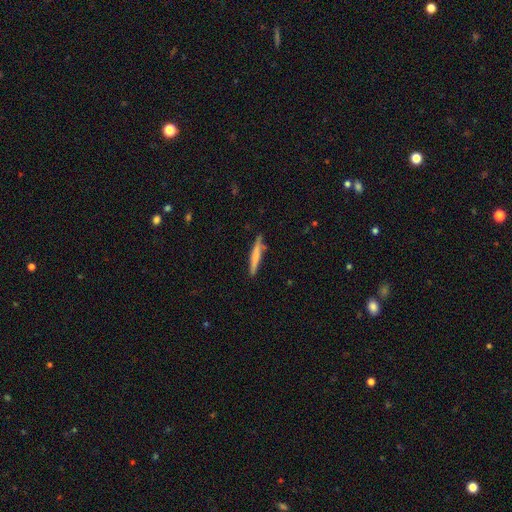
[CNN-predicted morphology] Smooth or featured?
  - smooth: 63% *
  - featured or disk: 31%
  - star or artifact: 6%
How rounded?
  - cigar-shaped: 94% *
  - in between: 4%
  - round: 1%
Merging?
  - none: 82% *
  - minor disturbance: 13%
  - merger: 3%
  - major disturbance: 2%